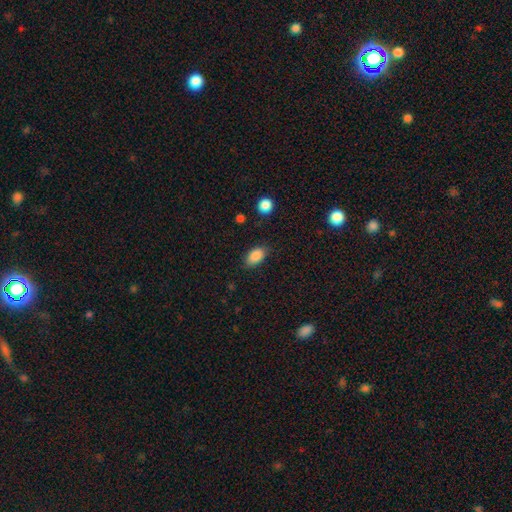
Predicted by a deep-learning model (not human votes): smooth-or-featured: smooth: 87% | star or artifact: 8% | featured or disk: 5%
  how-rounded: in between: 90% | round: 7% | cigar-shaped: 3%
  merging: none: 81% | minor disturbance: 14% | major disturbance: 3% | merger: 1%